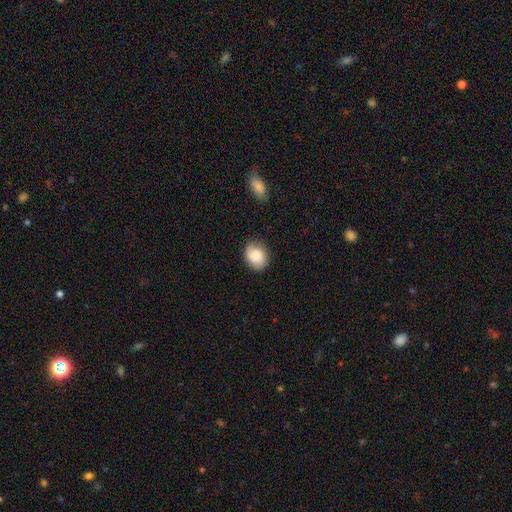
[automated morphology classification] smooth 81%, featured or disk 11%, star or artifact 8%. Down the decision tree: how rounded — in between (50%); merging — none (79%).